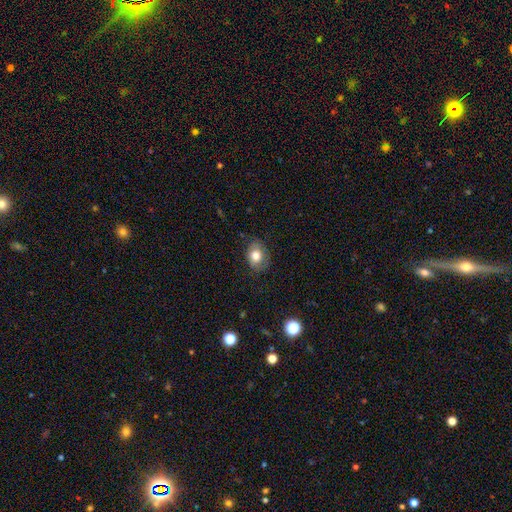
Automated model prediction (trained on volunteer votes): smooth_or_featured: smooth (p=0.73) [alt: featured or disk p=0.18]
how_rounded: in between (p=0.65) [alt: round p=0.34]
merging: none (p=0.73) [alt: minor disturbance p=0.20]